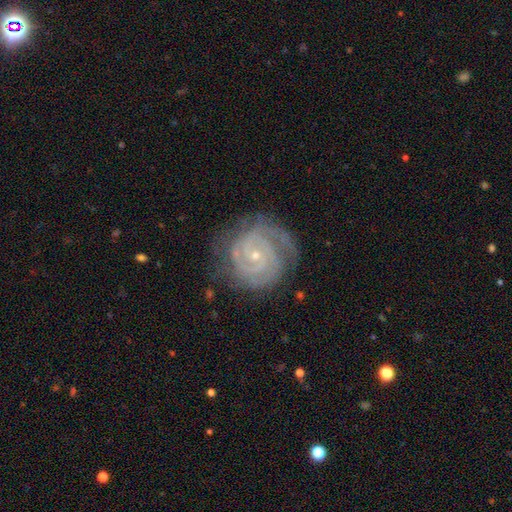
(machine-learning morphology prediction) This is clearly a featured or disk galaxy (90%). It is clearly not viewed edge-on (98%). Bar: likely no (65%). Spiral arm pattern: clearly yes (98%). Spiral arm count: marginally 2 (45%). Spiral winding: likely tight (79%). Central bulge: clearly small (81%). Merging: likely none (76%).